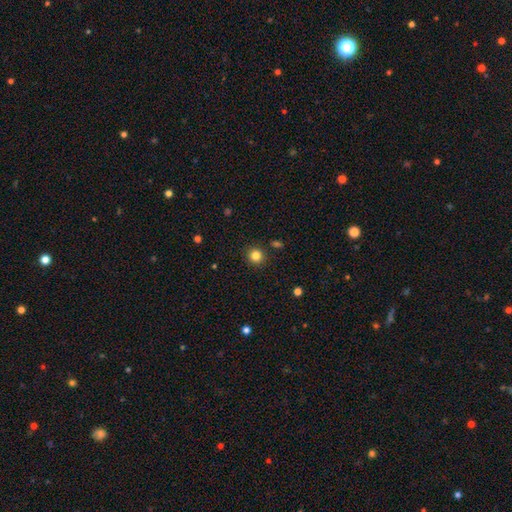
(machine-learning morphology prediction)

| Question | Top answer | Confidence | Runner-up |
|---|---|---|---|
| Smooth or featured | smooth | 83% | star or artifact (12%) |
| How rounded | round | 92% | in between (7%) |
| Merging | none | 90% | minor disturbance (6%) |